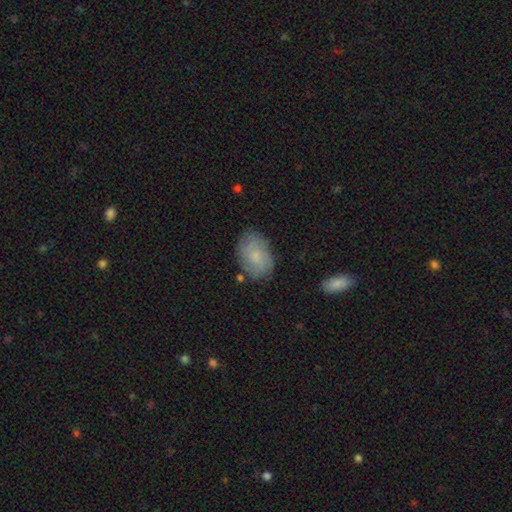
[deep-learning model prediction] Smooth or featured?
  - smooth: 55% *
  - featured or disk: 37%
  - star or artifact: 8%
How rounded?
  - in between: 82% *
  - round: 17%
  - cigar-shaped: 1%
Merging?
  - none: 74% *
  - minor disturbance: 18%
  - major disturbance: 5%
  - merger: 2%